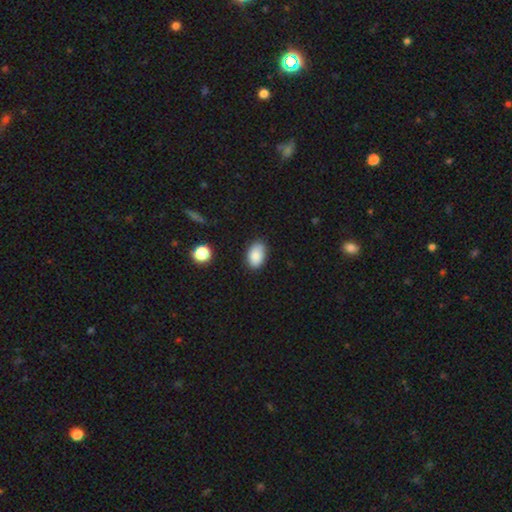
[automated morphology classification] smooth 86%, star or artifact 8%, featured or disk 6%. Down the decision tree: how rounded — in between (89%); merging — none (79%).